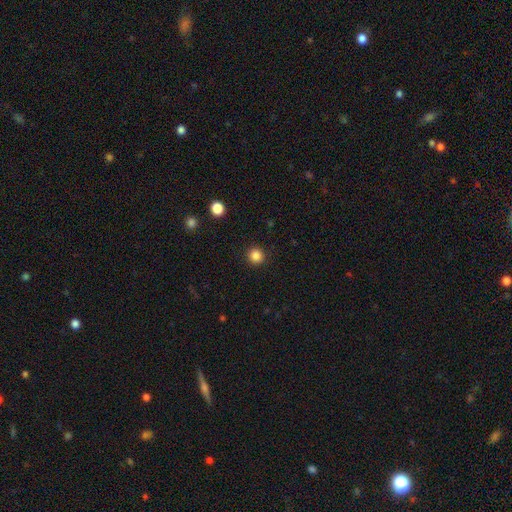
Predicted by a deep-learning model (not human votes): Smooth or featured: smooth — 85% (star or artifact — 12%)
How rounded: round — 94% (in between — 5%)
Merging: none — 92% (minor disturbance — 5%)